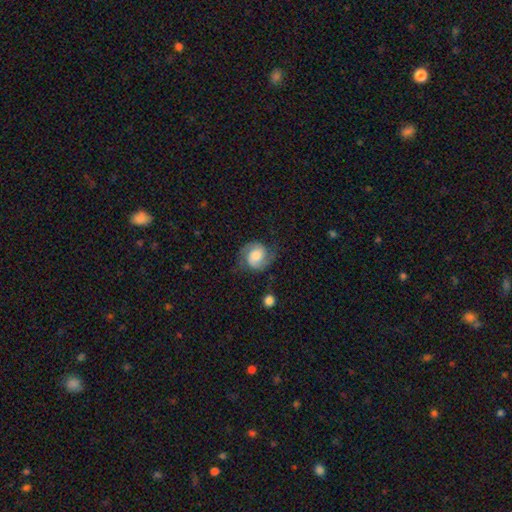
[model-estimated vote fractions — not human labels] Overall: featured or disk (75%). Edge-on disk: no (98%). Bar: no (57%; weak 35%). Spiral arms: yes (96%). Spiral arm count: 2 (91%). Spiral winding: medium (50%; tight 31%). Bulge size: moderate (37%; large 33%). Merging: none (73%).